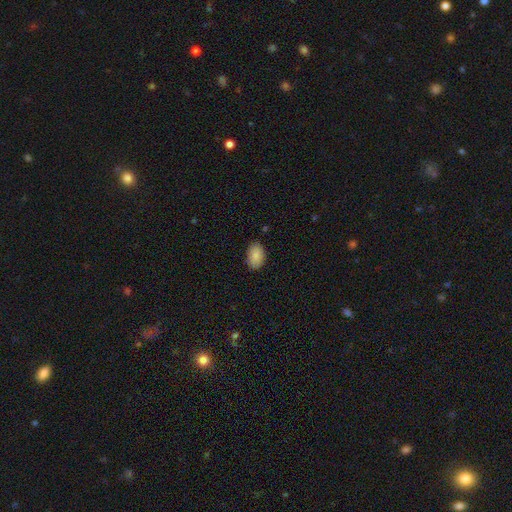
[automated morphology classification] This is clearly a smooth galaxy (88%). How rounded: clearly in between (90%). Merging: clearly none (86%).